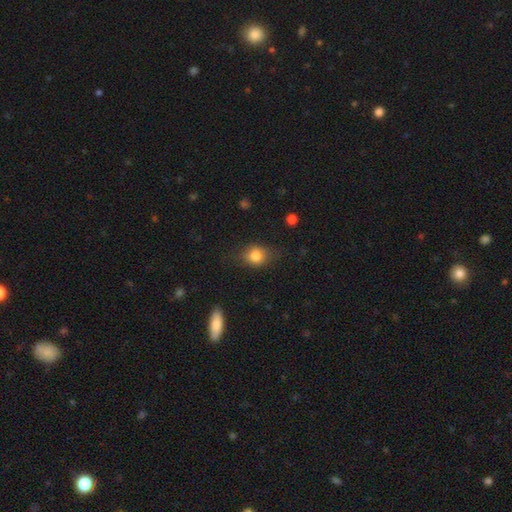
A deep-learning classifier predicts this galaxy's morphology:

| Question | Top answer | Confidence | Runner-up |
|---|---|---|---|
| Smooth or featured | smooth | 78% | featured or disk (11%) |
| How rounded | round | 52% | in between (46%) |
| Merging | none | 72% | minor disturbance (20%) |